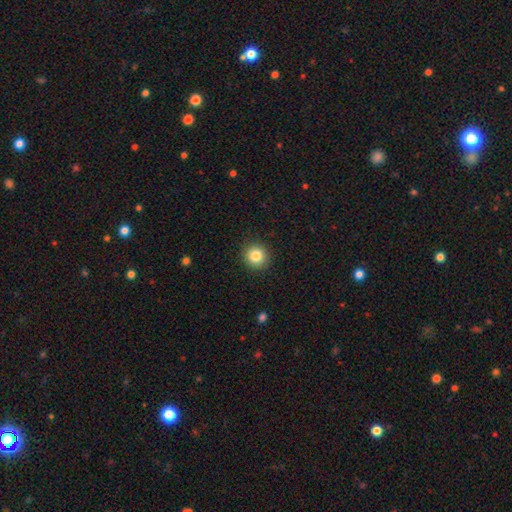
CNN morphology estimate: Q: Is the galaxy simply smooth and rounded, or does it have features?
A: smooth — 84%.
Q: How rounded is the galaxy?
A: round — 92%.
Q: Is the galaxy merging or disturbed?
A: none — 92%.